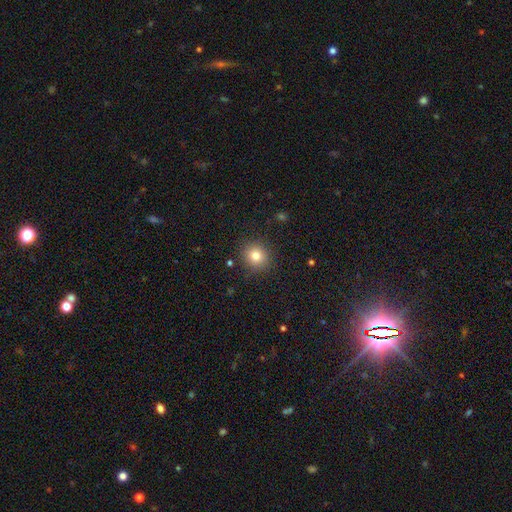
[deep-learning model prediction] Overall: smooth (81%). How rounded: round (89%). Merging: none (89%).